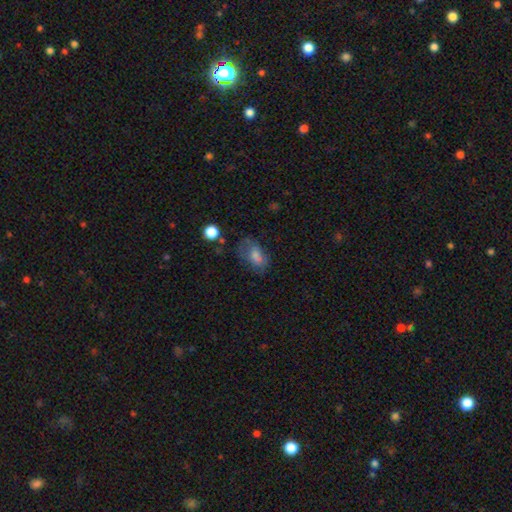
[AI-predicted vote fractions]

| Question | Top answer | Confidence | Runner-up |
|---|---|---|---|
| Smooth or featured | smooth | 62% | featured or disk (25%) |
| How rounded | in between | 83% | round (14%) |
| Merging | none | 48% | minor disturbance (26%) |